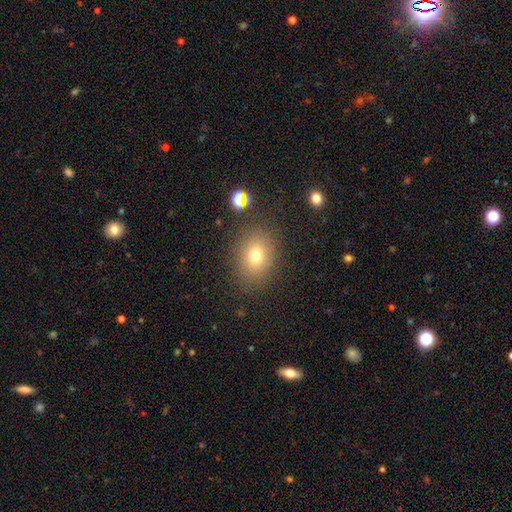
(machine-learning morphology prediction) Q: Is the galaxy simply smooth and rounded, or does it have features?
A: smooth — 73%.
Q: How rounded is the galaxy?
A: in between — 60%.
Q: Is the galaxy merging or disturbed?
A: none — 83%.